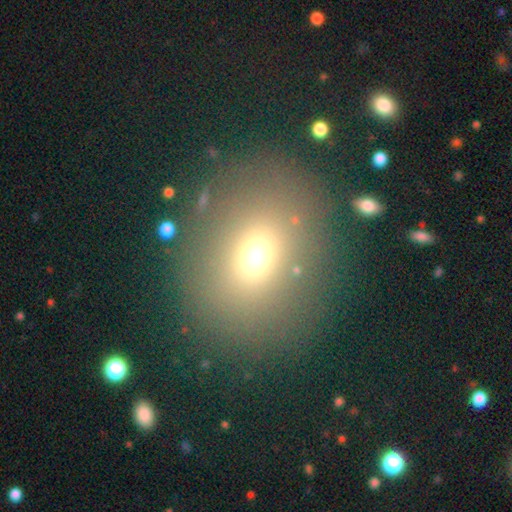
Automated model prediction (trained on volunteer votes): Smooth or featured? Predicted: smooth (p=0.66). How rounded? Predicted: round (p=0.61). Merging? Predicted: none (p=0.81).